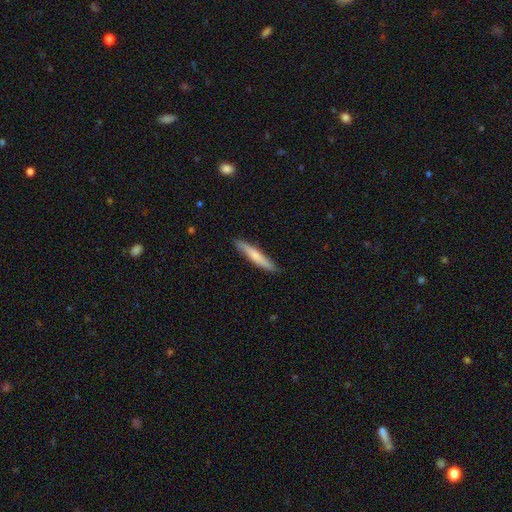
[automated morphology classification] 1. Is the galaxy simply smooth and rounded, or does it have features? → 67% smooth, 28% featured or disk, 5% star or artifact.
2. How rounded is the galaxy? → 92% cigar-shaped, 7% in between, 1% round.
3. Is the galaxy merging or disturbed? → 87% none, 10% minor disturbance, 2% major disturbance, 1% merger.